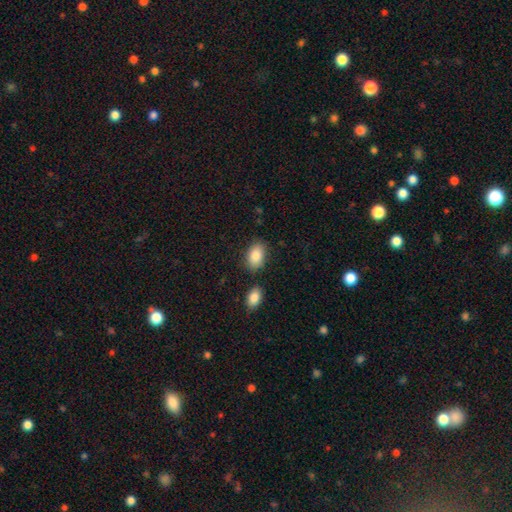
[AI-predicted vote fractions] Smooth or featured?
  - smooth: 87% *
  - featured or disk: 7%
  - star or artifact: 7%
How rounded?
  - in between: 89% *
  - round: 10%
  - cigar-shaped: 1%
Merging?
  - none: 79% *
  - minor disturbance: 12%
  - merger: 6%
  - major disturbance: 3%